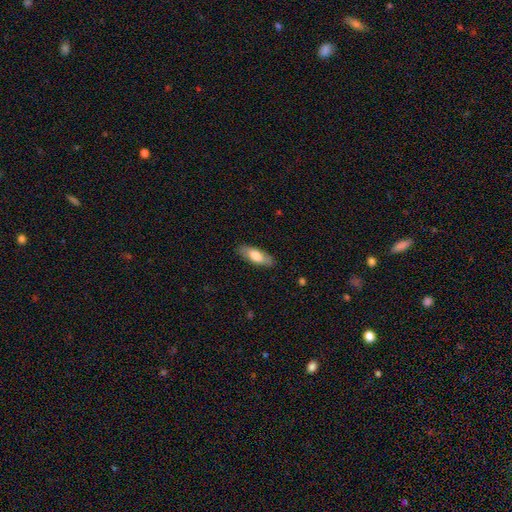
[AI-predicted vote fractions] Smooth or featured?
  - smooth: 69% *
  - featured or disk: 25%
  - star or artifact: 6%
How rounded?
  - in between: 68% *
  - cigar-shaped: 30%
  - round: 2%
Merging?
  - none: 85% *
  - minor disturbance: 11%
  - major disturbance: 2%
  - merger: 1%